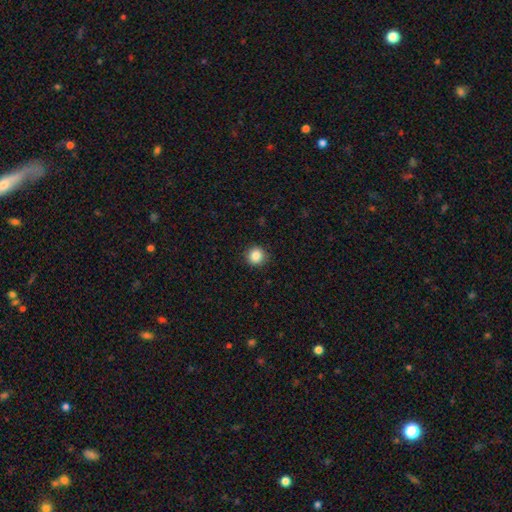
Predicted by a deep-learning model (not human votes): A smooth galaxy with no disk features (86%) that is round (92%).

Vote fractions:
- Smooth or featured? smooth: 86% / star or artifact: 10% / featured or disk: 4%
- How rounded? round: 92% / in between: 7% / cigar-shaped: 1%
- Merging? none: 90% / minor disturbance: 7% / major disturbance: 2% / merger: 1%